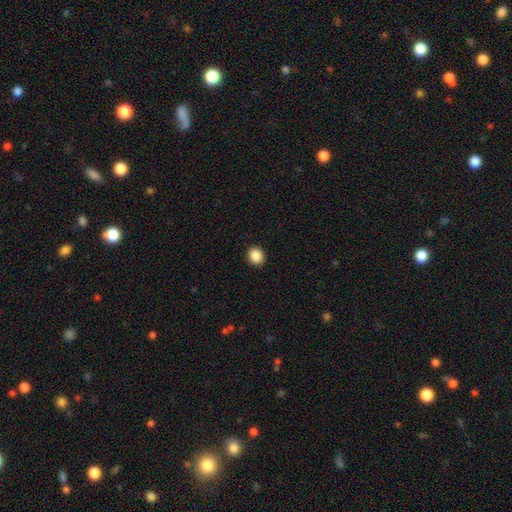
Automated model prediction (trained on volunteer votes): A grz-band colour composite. It shows a smooth galaxy with no disk features (88%) that is round (82%). Merging: none (92%).